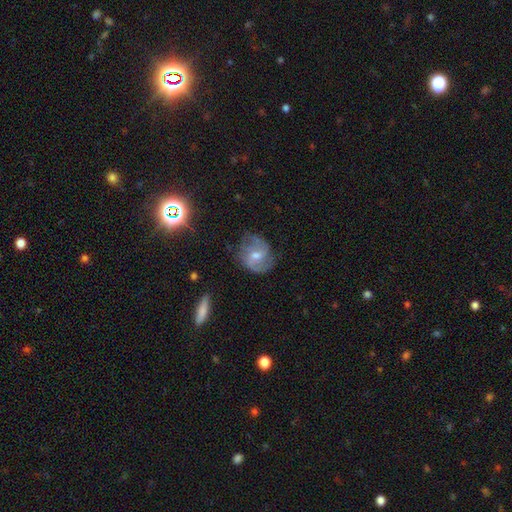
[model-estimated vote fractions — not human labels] featured or disk 72%, smooth 18%, star or artifact 11%. Down the decision tree: edge-on disk — no (96%); bar — weak (47%); spiral arms — yes (91%); spiral arm count — 2 (60%); spiral winding — medium (47%); bulge size — moderate (58%); merging — none (71%).